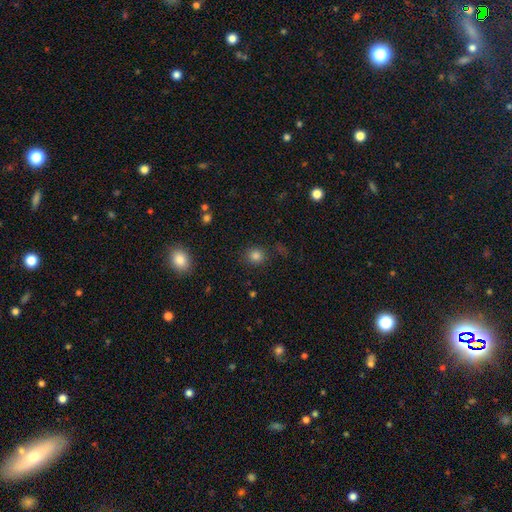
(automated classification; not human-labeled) smooth_or_featured: smooth (p=0.81) [alt: star or artifact p=0.14]
how_rounded: round (p=0.84) [alt: in between p=0.15]
merging: none (p=0.85) [alt: minor disturbance p=0.09]